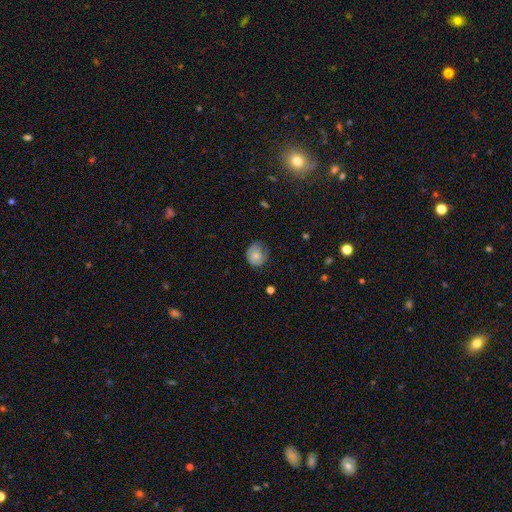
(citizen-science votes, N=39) Overall: smooth (74%). How rounded: round (79%). Merging: none (54%; minor disturbance 43%).